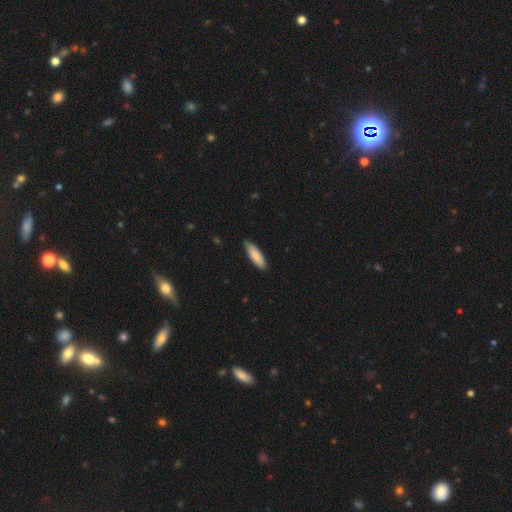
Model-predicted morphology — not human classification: The model was most divided on "how rounded": cigar-shaped: 52%, in between: 46%, round: 1%. More confident: smooth or featured — smooth (87%); merging — none (85%).